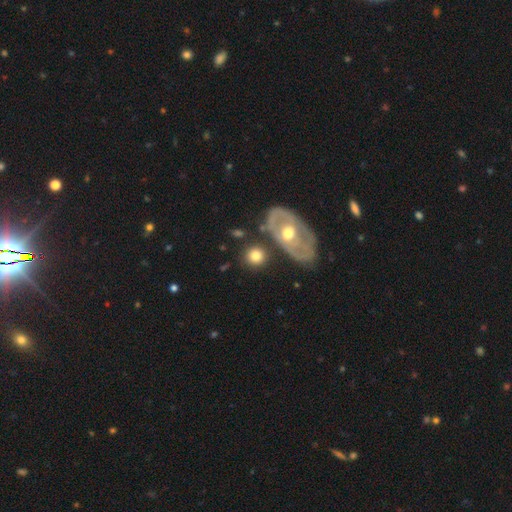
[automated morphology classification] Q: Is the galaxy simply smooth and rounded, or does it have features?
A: smooth — 72%.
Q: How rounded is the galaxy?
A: round — 81%.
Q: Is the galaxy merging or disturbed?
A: none — 74%.